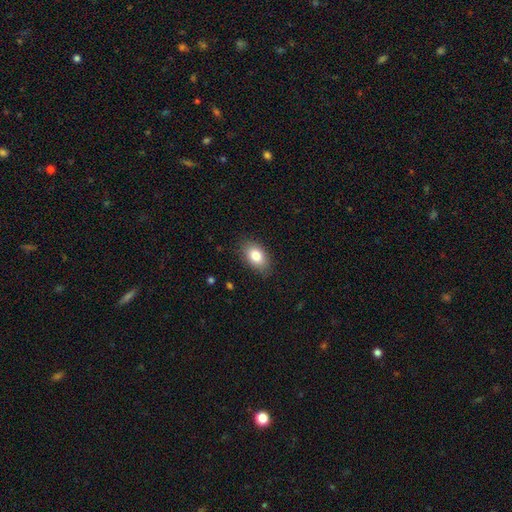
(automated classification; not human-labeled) Q: Smooth or featured?
A: smooth (81%); runner-up: featured or disk (11%)
Q: How rounded?
A: in between (87%); runner-up: round (11%)
Q: Merging?
A: none (84%); runner-up: minor disturbance (13%)